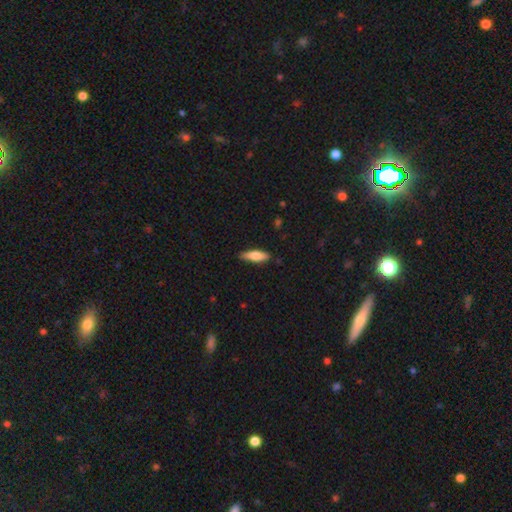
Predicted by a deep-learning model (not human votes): Smooth or featured? Predicted: smooth (p=0.76). How rounded? Predicted: cigar-shaped (p=0.53). Merging? Predicted: none (p=0.83).